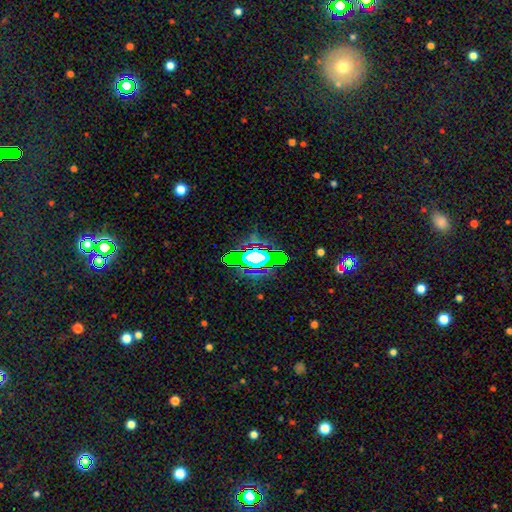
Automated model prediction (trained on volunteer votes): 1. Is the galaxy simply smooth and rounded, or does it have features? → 51% star or artifact, 27% smooth, 22% featured or disk.